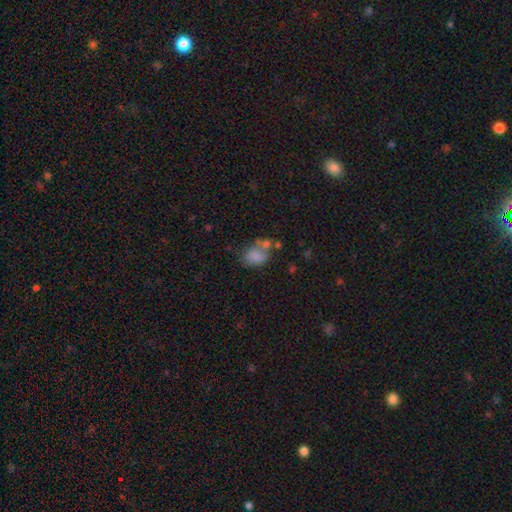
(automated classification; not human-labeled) Morphology: type=smooth (73%); roundness=in between (62%); merging=none (38%).